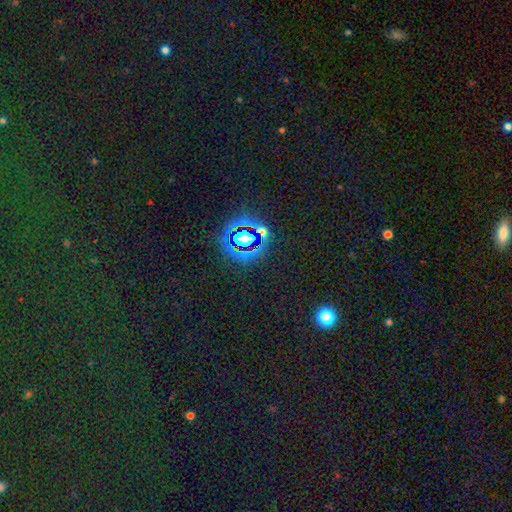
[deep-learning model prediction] This appears to be a star or artifact, not a galaxy (78%).